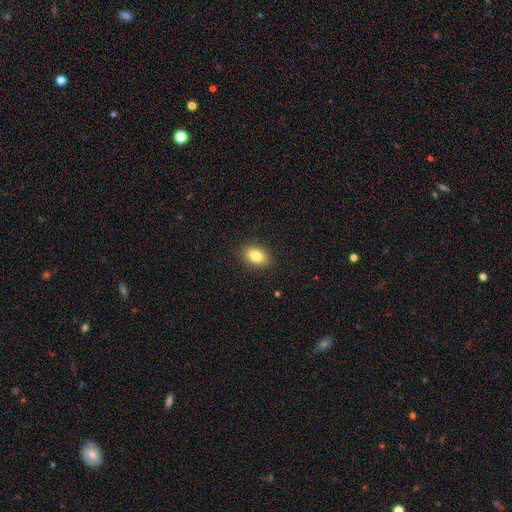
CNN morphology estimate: This appears to be a smooth galaxy with no disk features (84%) that is in between round and cigar-shaped (83%). Merging: none (89%).